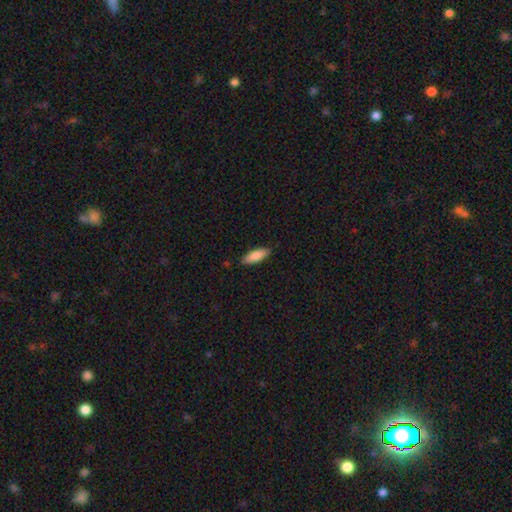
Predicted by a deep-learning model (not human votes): Smooth or featured? smooth (84%)
How rounded? in between (63%)
Merging? none (87%)